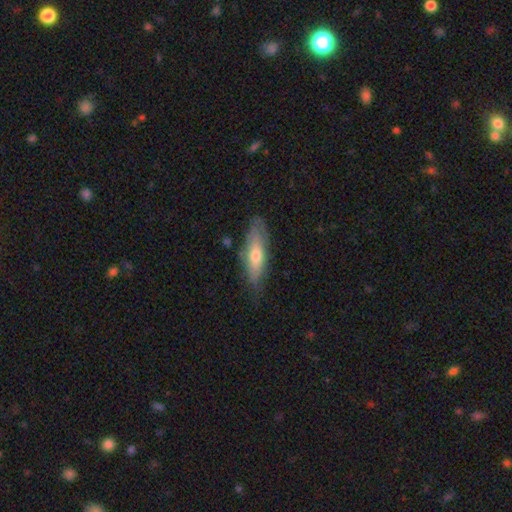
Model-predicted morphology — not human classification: This appears to be a smooth galaxy with no disk features (56%) that is cigar-shaped (55%). Merging: none (77%).